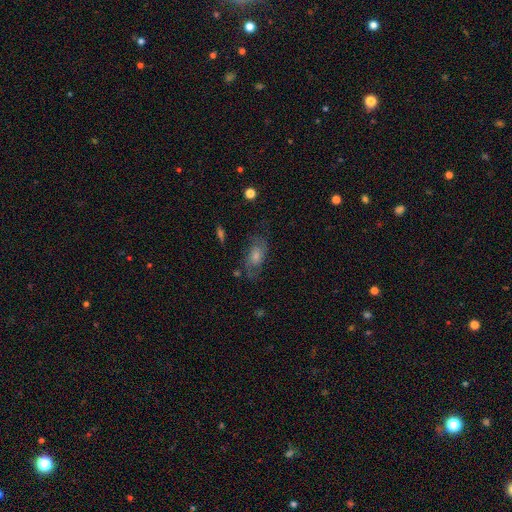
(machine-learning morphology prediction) type=featured or disk (55%); edge-on=no (90%); merging=none (69%).